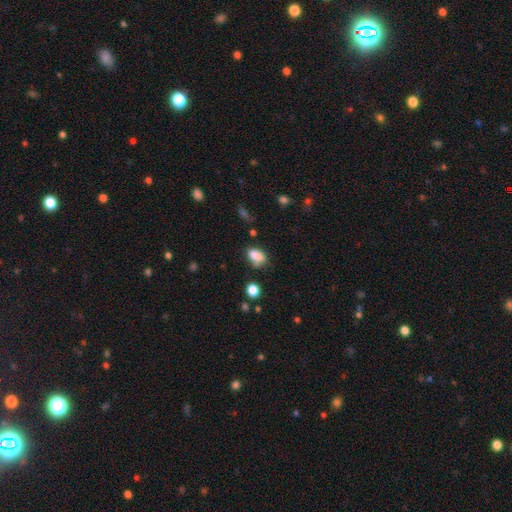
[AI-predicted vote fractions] Smooth or featured: smooth — 82% (star or artifact — 11%)
How rounded: in between — 82% (round — 15%)
Merging: none — 56% (minor disturbance — 26%)